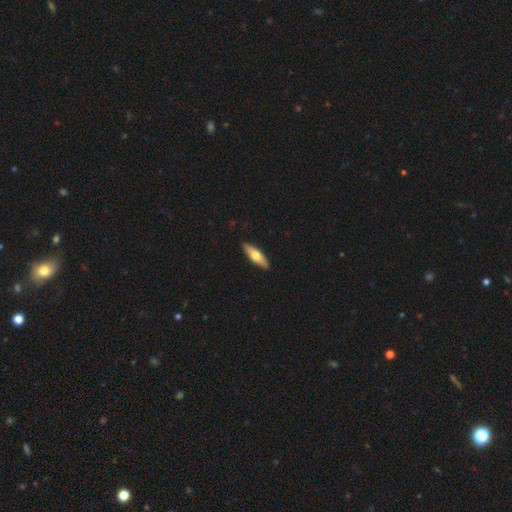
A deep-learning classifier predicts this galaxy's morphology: smooth_or_featured: smooth (p=0.59) [alt: featured or disk p=0.36]
how_rounded: cigar-shaped (p=0.59) [alt: in between p=0.38]
merging: none (p=0.91) [alt: minor disturbance p=0.07]